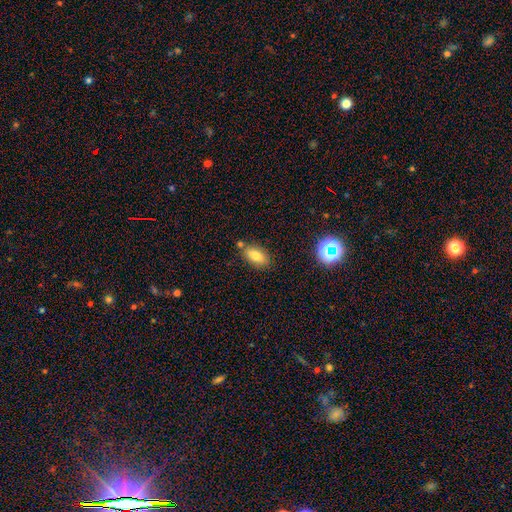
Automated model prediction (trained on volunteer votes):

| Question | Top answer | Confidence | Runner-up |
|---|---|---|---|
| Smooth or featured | smooth | 80% | star or artifact (10%) |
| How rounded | in between | 88% | cigar-shaped (6%) |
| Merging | none | 76% | minor disturbance (13%) |